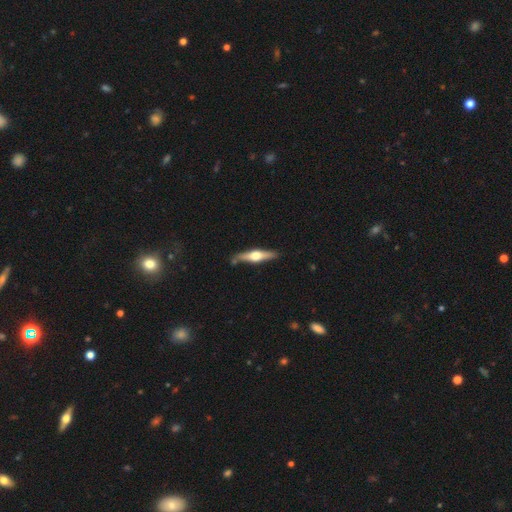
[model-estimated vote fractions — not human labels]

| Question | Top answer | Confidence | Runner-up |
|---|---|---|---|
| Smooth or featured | featured or disk | 67% | smooth (28%) |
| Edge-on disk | yes | 96% | no (4%) |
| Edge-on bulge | rounded | 94% | boxy (4%) |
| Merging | none | 83% | minor disturbance (11%) |